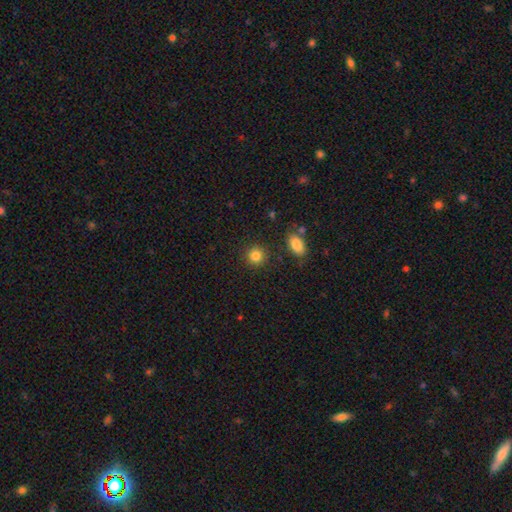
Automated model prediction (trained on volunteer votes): smooth_or_featured: smooth (p=0.84) [alt: star or artifact p=0.11]
how_rounded: round (p=0.89) [alt: in between p=0.10]
merging: none (p=0.89) [alt: minor disturbance p=0.06]